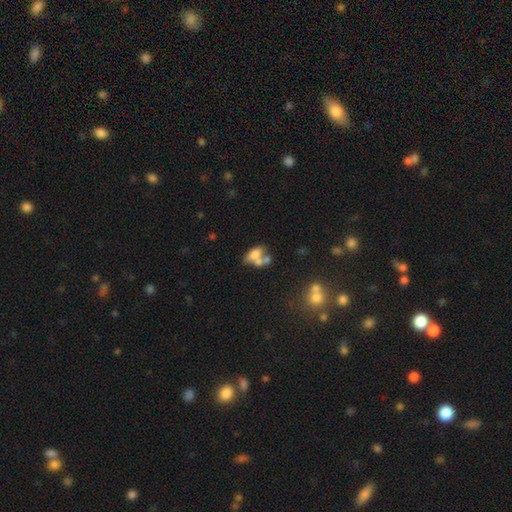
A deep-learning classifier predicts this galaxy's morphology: This appears to be a smooth galaxy with no disk features (60%) that is in between round and cigar-shaped (81%). Merging: merger (51%).